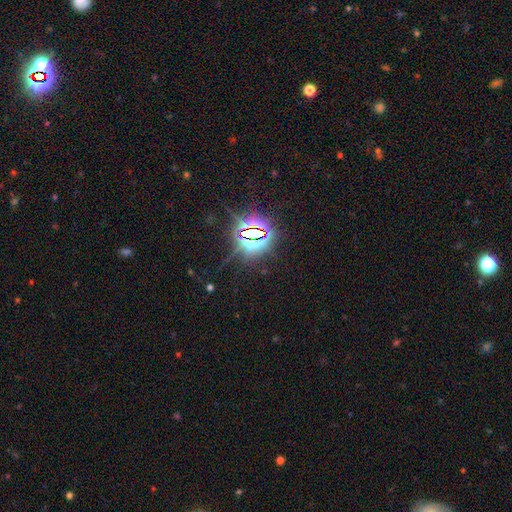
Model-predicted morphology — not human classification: A star or artifact, not a galaxy (83%).